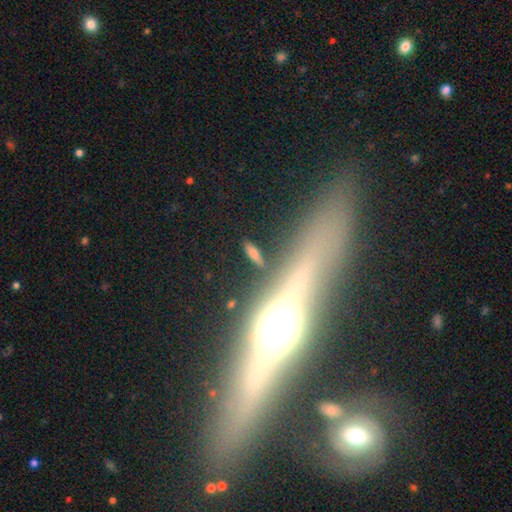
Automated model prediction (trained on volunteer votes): Overall: featured or disk (43%; smooth 38%). Merging: none (78%).